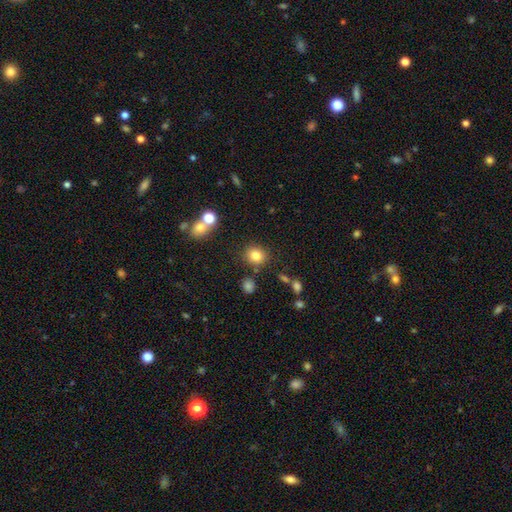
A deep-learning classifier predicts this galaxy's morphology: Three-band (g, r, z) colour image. It shows a smooth galaxy with no disk features (81%) that is round (81%). Merging: none (82%).